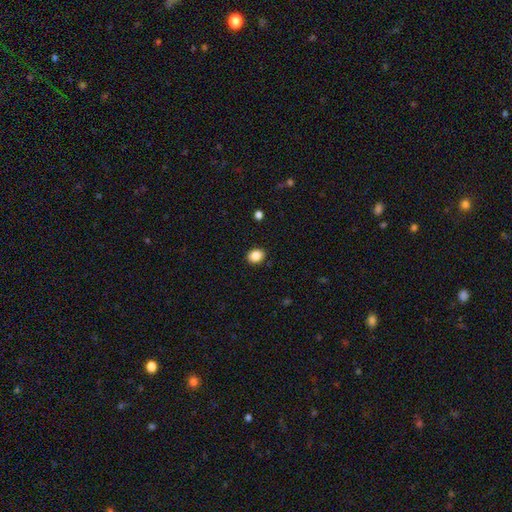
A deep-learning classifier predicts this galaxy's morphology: Q: Smooth or featured?
A: smooth (87%); runner-up: star or artifact (9%)
Q: How rounded?
A: in between (52%); runner-up: round (47%)
Q: Merging?
A: none (89%); runner-up: minor disturbance (8%)